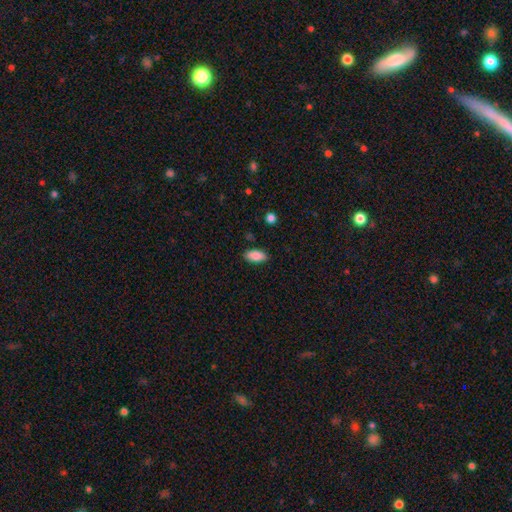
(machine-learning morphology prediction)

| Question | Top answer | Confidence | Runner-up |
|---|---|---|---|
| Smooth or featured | smooth | 88% | star or artifact (7%) |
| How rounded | in between | 91% | cigar-shaped (7%) |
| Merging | none | 87% | minor disturbance (10%) |